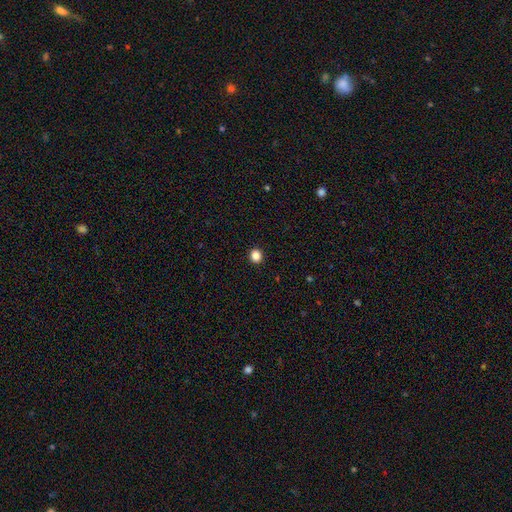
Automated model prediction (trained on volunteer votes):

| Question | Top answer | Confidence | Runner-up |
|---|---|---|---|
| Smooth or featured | smooth | 86% | star or artifact (11%) |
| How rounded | round | 86% | in between (13%) |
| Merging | none | 93% | minor disturbance (4%) |